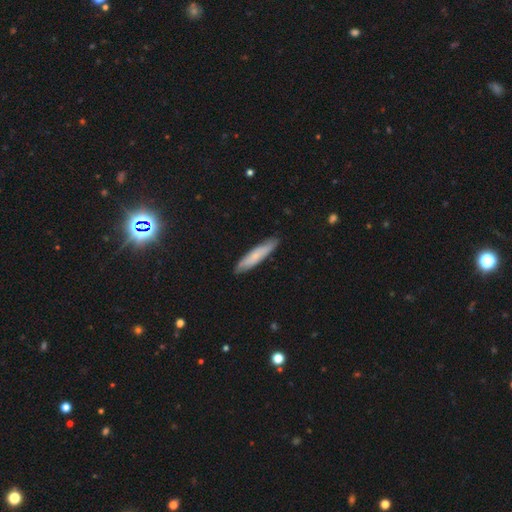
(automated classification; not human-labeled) Smooth or featured? smooth (69%)
How rounded? cigar-shaped (87%)
Merging? none (88%)